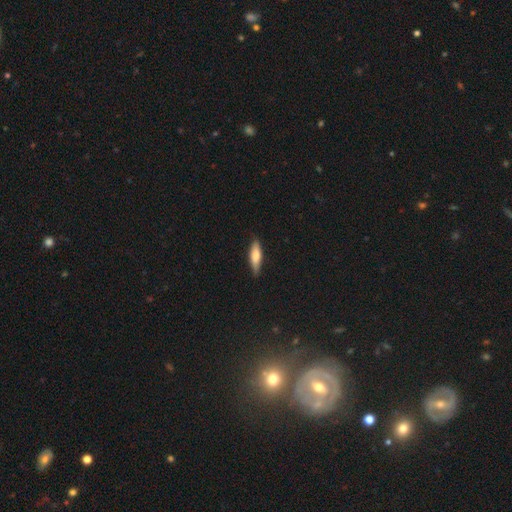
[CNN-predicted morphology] Smooth or featured: smooth — 66% (featured or disk — 28%)
How rounded: cigar-shaped — 60% (in between — 38%)
Merging: none — 83% (minor disturbance — 14%)